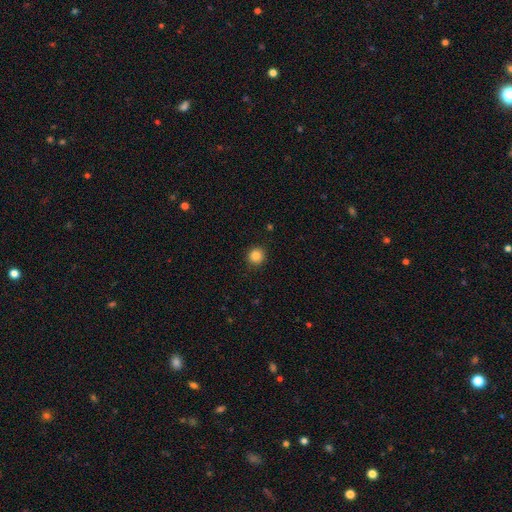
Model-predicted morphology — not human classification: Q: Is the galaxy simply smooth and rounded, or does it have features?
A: smooth — 85%.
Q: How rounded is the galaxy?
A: round — 93%.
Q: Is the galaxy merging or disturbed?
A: none — 91%.